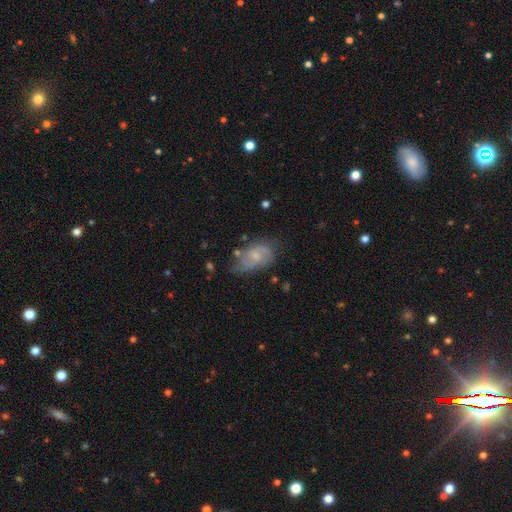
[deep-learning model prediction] Morphology: type=featured or disk (59%); edge-on=no (96%); bar=no (54%); spiral arms=yes (80%); bulge=small (60%); merging=none (50%).